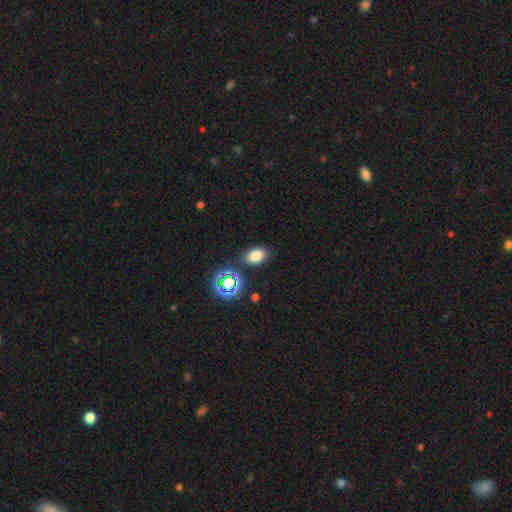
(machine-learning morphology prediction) Overall: smooth (76%). How rounded: in between (82%). Merging: none (82%).